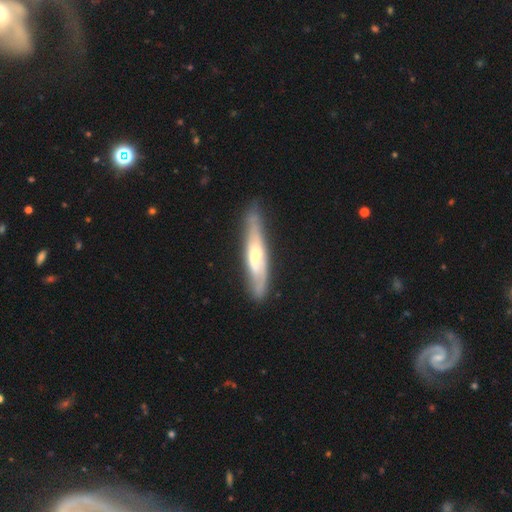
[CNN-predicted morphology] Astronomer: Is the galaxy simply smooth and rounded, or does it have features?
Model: featured or disk — 67%.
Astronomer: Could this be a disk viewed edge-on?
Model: yes — 59% (runner-up: no, 41%).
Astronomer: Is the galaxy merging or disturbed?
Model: none — 80%.